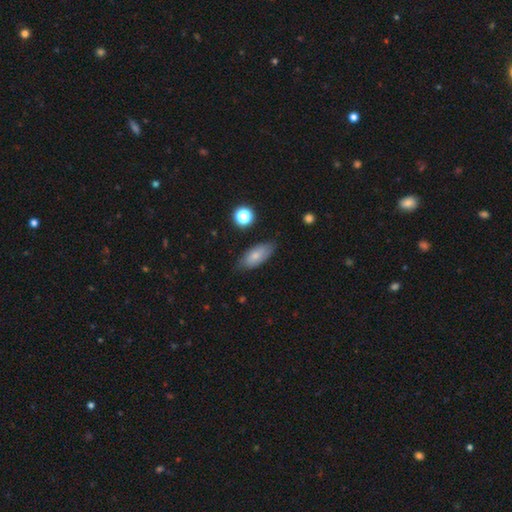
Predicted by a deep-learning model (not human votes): Q: Smooth or featured?
A: smooth (74%); runner-up: featured or disk (18%)
Q: How rounded?
A: in between (86%); runner-up: cigar-shaped (10%)
Q: Merging?
A: none (75%); runner-up: minor disturbance (19%)